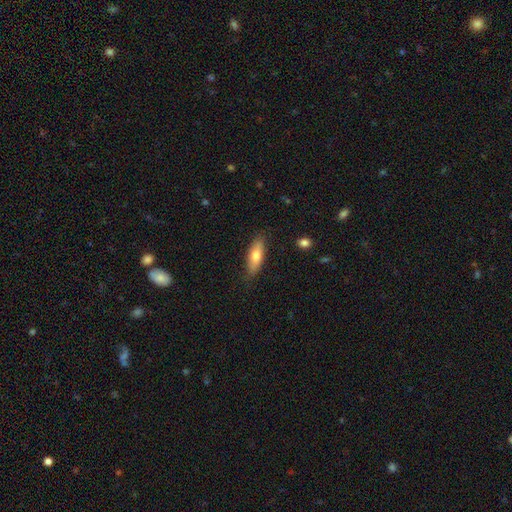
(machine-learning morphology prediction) type=smooth (72%); roundness=in between (63%); merging=none (82%).